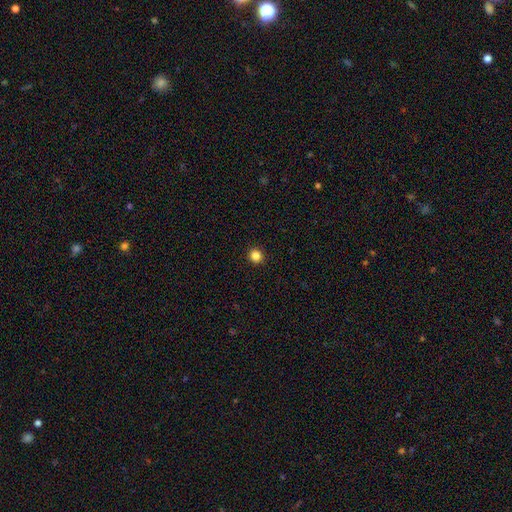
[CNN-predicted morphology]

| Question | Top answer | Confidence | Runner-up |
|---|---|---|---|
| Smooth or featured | smooth | 85% | star or artifact (12%) |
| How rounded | round | 92% | in between (7%) |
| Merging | none | 93% | minor disturbance (4%) |